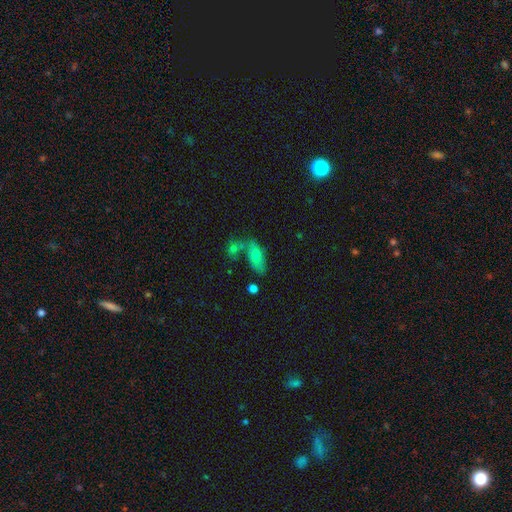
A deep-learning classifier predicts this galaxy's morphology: This is likely a smooth galaxy (69%). How rounded: likely in between (80%). Merging: possibly none (51%).